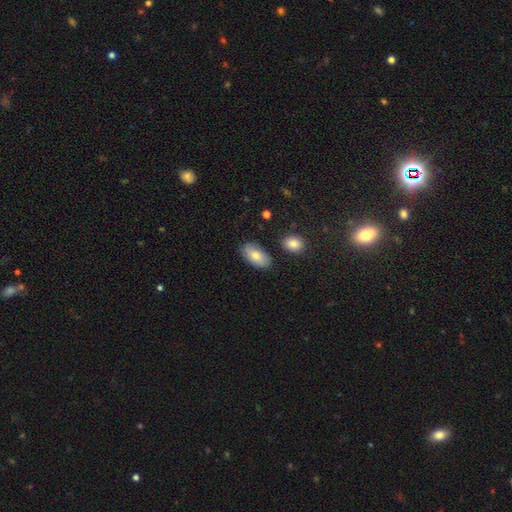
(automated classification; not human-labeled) Q: Smooth or featured?
A: smooth (76%); runner-up: featured or disk (17%)
Q: How rounded?
A: in between (93%); runner-up: round (4%)
Q: Merging?
A: none (81%); runner-up: minor disturbance (13%)